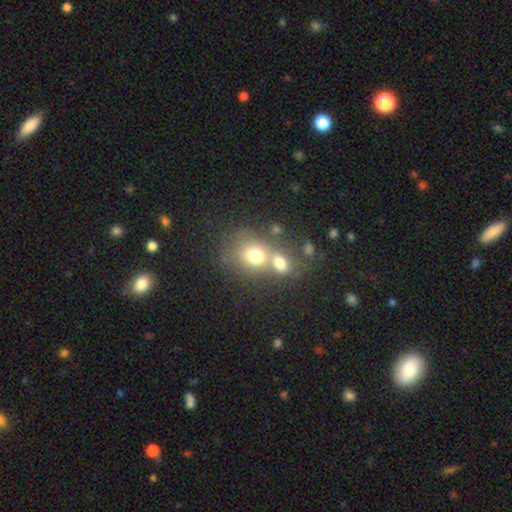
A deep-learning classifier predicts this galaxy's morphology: Smooth or featured? smooth (71%)
How rounded? round (64%)
Merging? merger (55%)